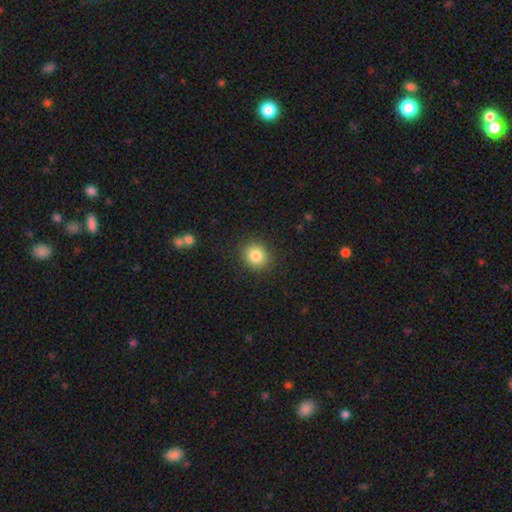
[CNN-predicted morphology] The model was most divided on "how rounded": round: 76%, in between: 23%, cigar-shaped: 1%. More confident: merging — none (89%); smooth or featured — smooth (84%).